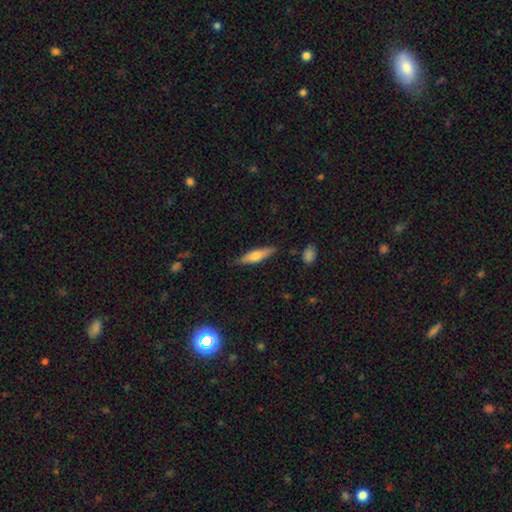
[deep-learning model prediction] Smooth or featured? Predicted: smooth (p=0.60). How rounded? Predicted: cigar-shaped (p=0.70). Merging? Predicted: none (p=0.83).